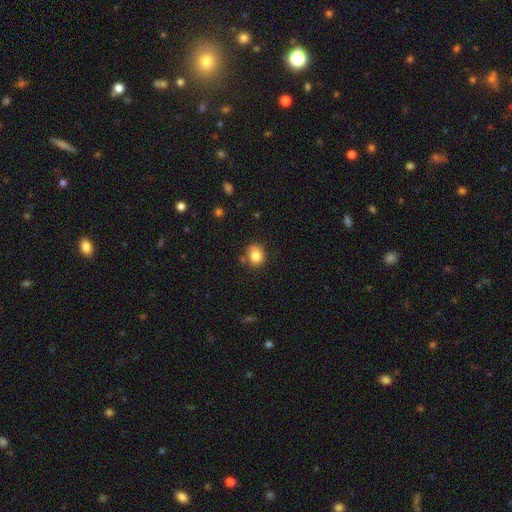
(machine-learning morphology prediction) smooth 82%, star or artifact 10%, featured or disk 8%. Down the decision tree: how rounded — round (62%); merging — none (69%).